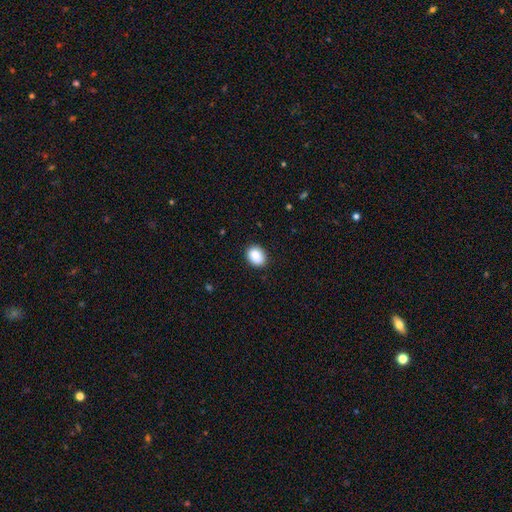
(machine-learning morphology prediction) This is clearly a smooth galaxy (89%). How rounded: likely in between (64%). Merging: clearly none (88%).